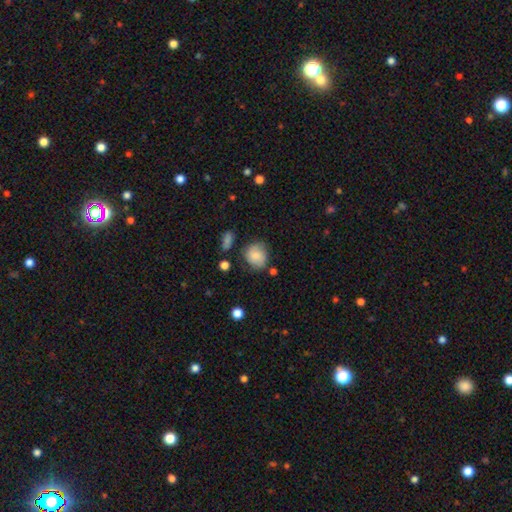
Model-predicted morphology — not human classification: type=smooth (68%); roundness=round (78%); merging=none (68%).